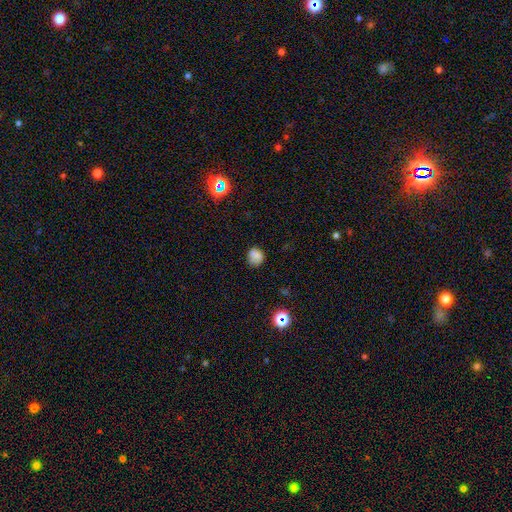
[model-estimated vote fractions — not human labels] A smooth galaxy with no disk features (78%) that is round (77%). Merging: none (71%).